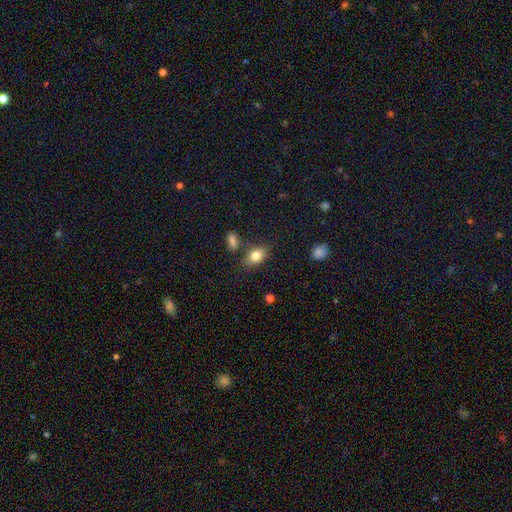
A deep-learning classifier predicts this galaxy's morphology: smooth 82%, featured or disk 10%, star or artifact 8%. Down the decision tree: how rounded — in between (84%); merging — none (76%).